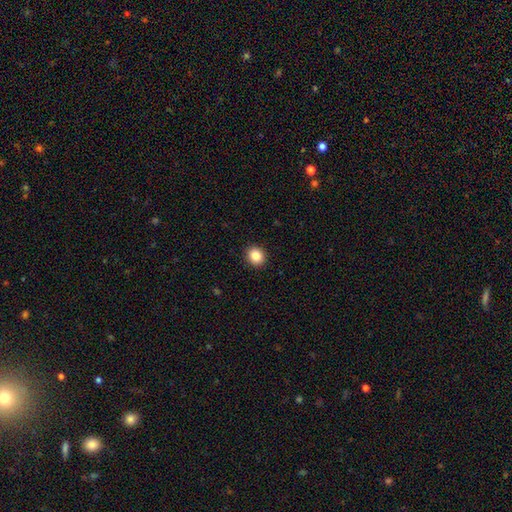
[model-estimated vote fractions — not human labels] smooth-or-featured: smooth: 85% | star or artifact: 10% | featured or disk: 5%
  how-rounded: round: 73% | in between: 26% | cigar-shaped: 1%
  merging: none: 92% | minor disturbance: 6% | major disturbance: 2% | merger: 1%